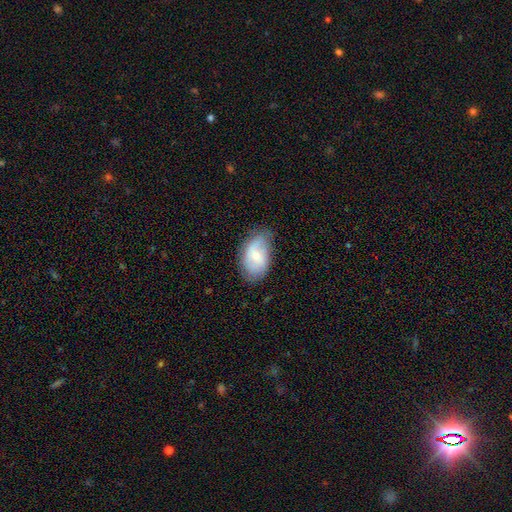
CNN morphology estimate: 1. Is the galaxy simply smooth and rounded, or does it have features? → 49% smooth, 43% featured or disk, 7% star or artifact.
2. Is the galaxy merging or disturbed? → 65% none, 26% minor disturbance, 7% major disturbance, 1% merger.